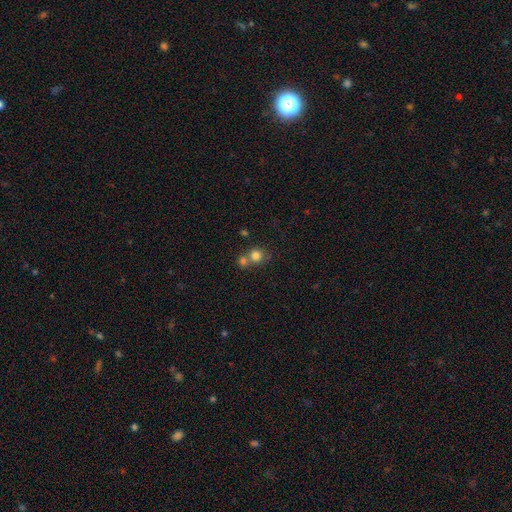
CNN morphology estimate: Smooth or featured? Predicted: smooth (p=0.80). How rounded? Predicted: round (p=0.85). Merging? Predicted: merger (p=0.45).